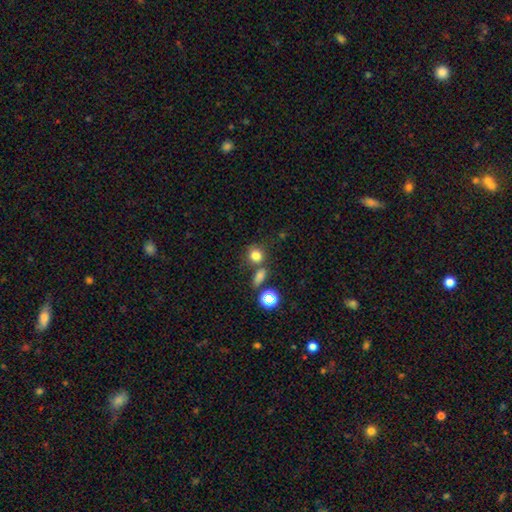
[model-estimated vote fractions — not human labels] The model was most divided on "merging": none: 63%, merger: 20%, minor disturbance: 12%, major disturbance: 5%. More confident: how rounded — round (79%); smooth or featured — smooth (76%).